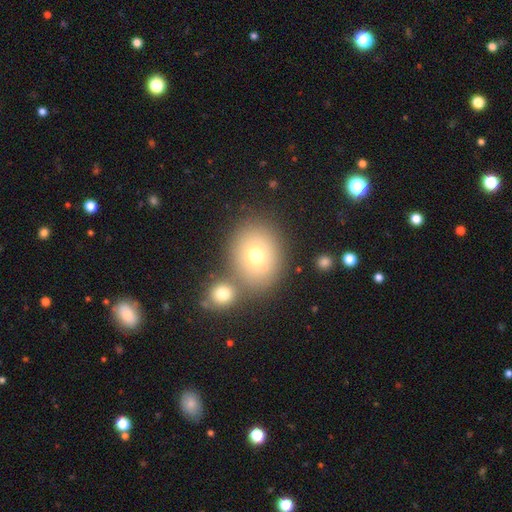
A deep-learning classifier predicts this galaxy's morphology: smooth 71%, featured or disk 17%, star or artifact 13%. Down the decision tree: how rounded — round (61%); merging — none (60%).